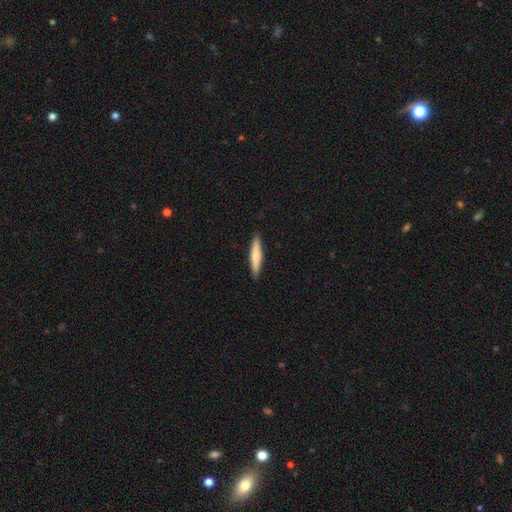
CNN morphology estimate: Smooth or featured: smooth — 64% (featured or disk — 31%)
How rounded: cigar-shaped — 90% (in between — 9%)
Merging: none — 90% (minor disturbance — 7%)